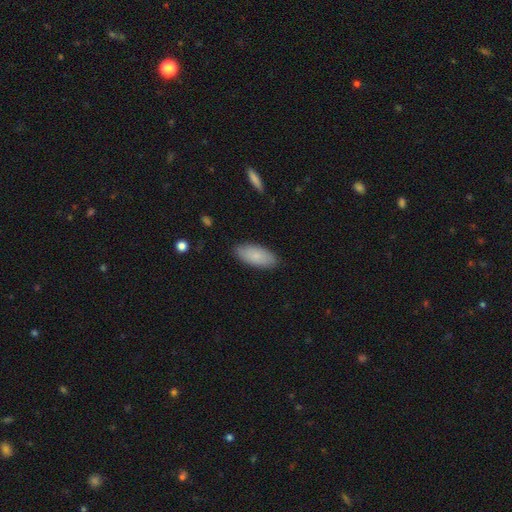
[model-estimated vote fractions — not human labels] Smooth or featured: smooth — 83% (featured or disk — 12%)
How rounded: in between — 89% (cigar-shaped — 9%)
Merging: none — 87% (minor disturbance — 10%)